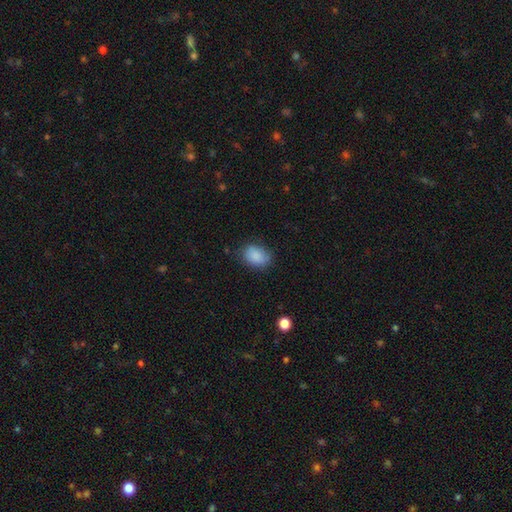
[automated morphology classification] Smooth or featured?
  - smooth: 86% *
  - star or artifact: 8%
  - featured or disk: 6%
How rounded?
  - in between: 77% *
  - round: 22%
  - cigar-shaped: 1%
Merging?
  - none: 73% *
  - minor disturbance: 21%
  - major disturbance: 5%
  - merger: 1%